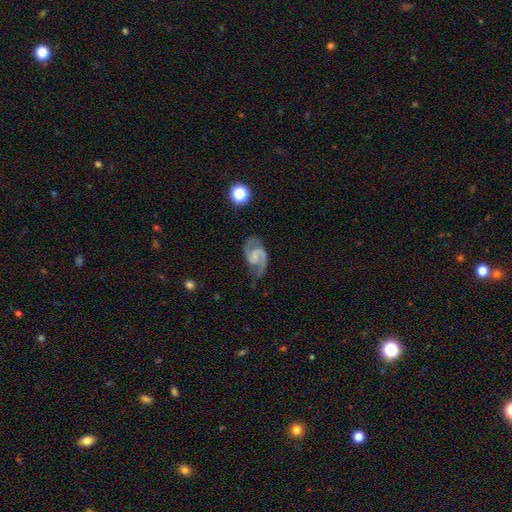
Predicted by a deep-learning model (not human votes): Q: Smooth or featured?
A: featured or disk (89%); runner-up: smooth (6%)
Q: Edge-on disk?
A: no (98%); runner-up: yes (2%)
Q: Bar?
A: weak (48%); runner-up: no (38%)
Q: Spiral arms?
A: yes (98%); runner-up: no (2%)
Q: Spiral winding?
A: medium (60%); runner-up: loose (23%)
Q: Spiral arm count?
A: 2 (93%); runner-up: 1 (2%)
Q: Bulge size?
A: none (45%); runner-up: small (36%)
Q: Merging?
A: none (75%); runner-up: minor disturbance (16%)